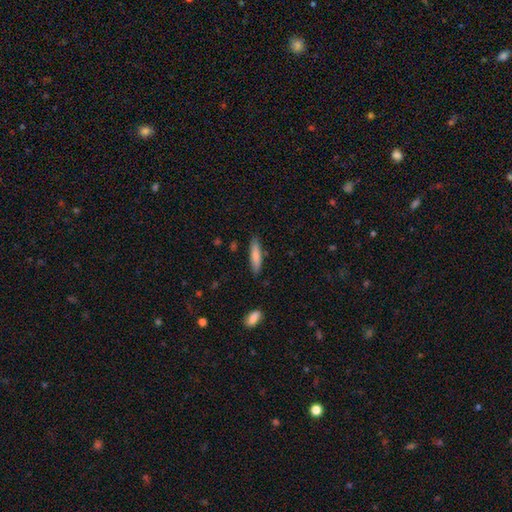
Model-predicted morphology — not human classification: Q: Smooth or featured?
A: smooth (80%); runner-up: featured or disk (14%)
Q: How rounded?
A: cigar-shaped (77%); runner-up: in between (21%)
Q: Merging?
A: none (85%); runner-up: minor disturbance (11%)